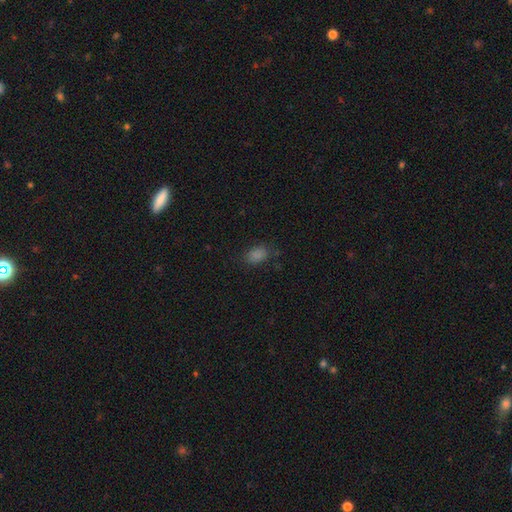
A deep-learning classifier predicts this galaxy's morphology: The model was most divided on "how rounded": in between: 77%, round: 21%, cigar-shaped: 2%. More confident: smooth or featured — smooth (77%); merging — none (77%).